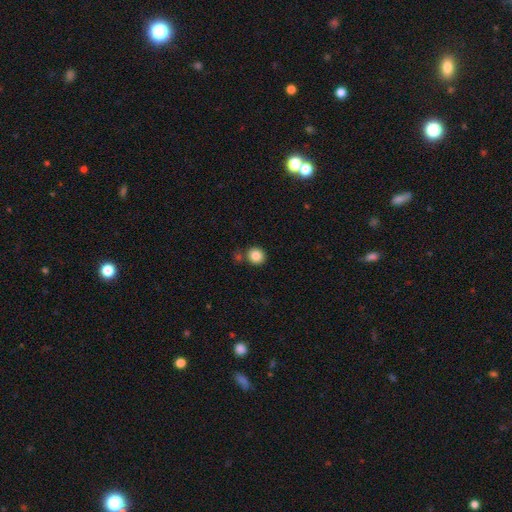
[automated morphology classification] A smooth galaxy with no disk features (85%) that is round (90%). Merging: none (80%).